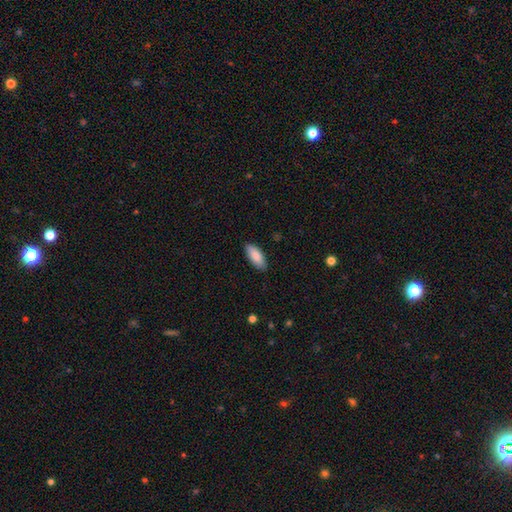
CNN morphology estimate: This is clearly a smooth galaxy (88%). How rounded: clearly in between (81%). Merging: clearly none (87%).